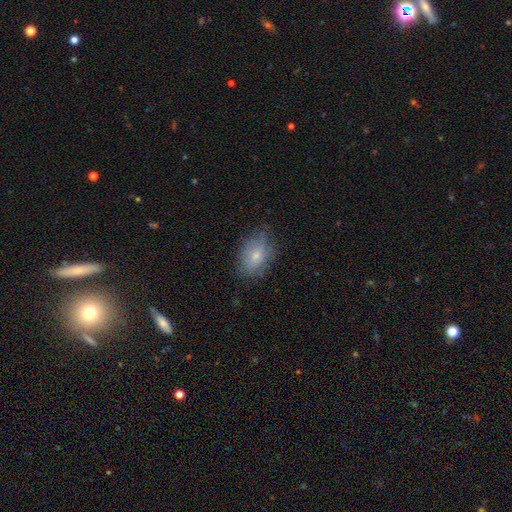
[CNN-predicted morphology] type=smooth (72%); roundness=in between (80%); merging=none (70%).